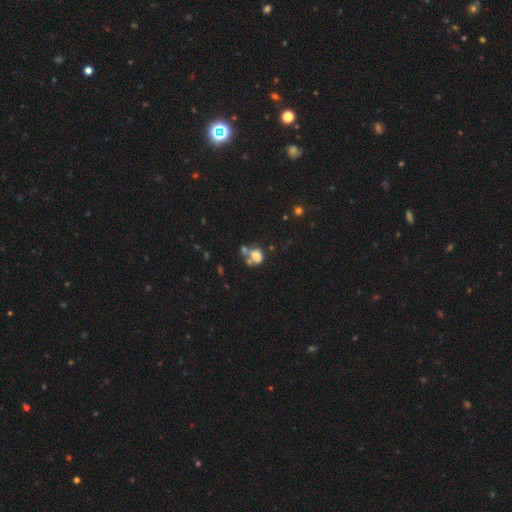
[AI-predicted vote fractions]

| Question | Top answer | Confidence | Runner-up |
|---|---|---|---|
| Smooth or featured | smooth | 71% | featured or disk (16%) |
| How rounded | round | 53% | in between (46%) |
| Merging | merger | 42% | none (32%) |